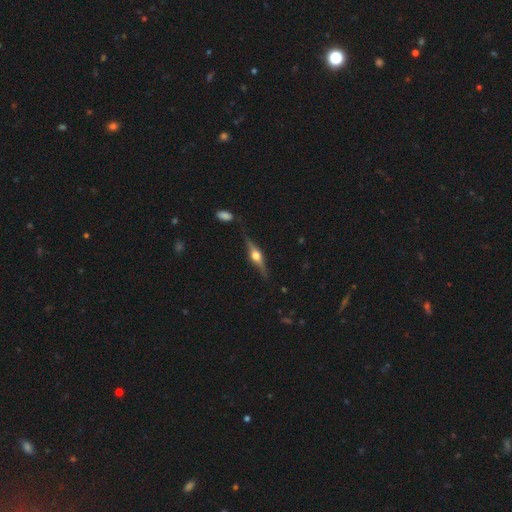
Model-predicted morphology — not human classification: Smooth or featured? featured or disk (79%)
Edge-on disk? yes (97%)
Edge-on bulge? rounded (95%)
Merging? none (84%)